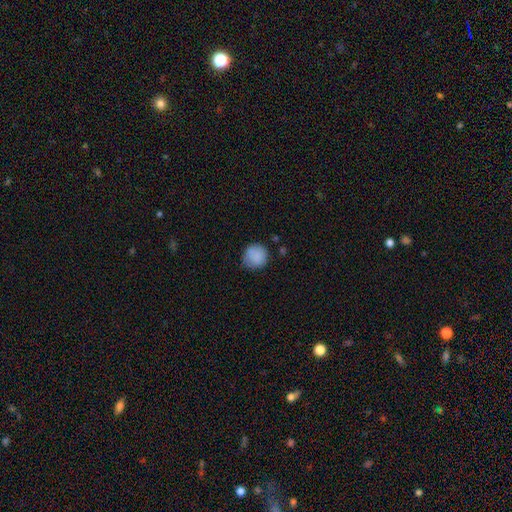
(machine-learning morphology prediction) type=smooth (87%); roundness=round (91%); merging=none (76%).